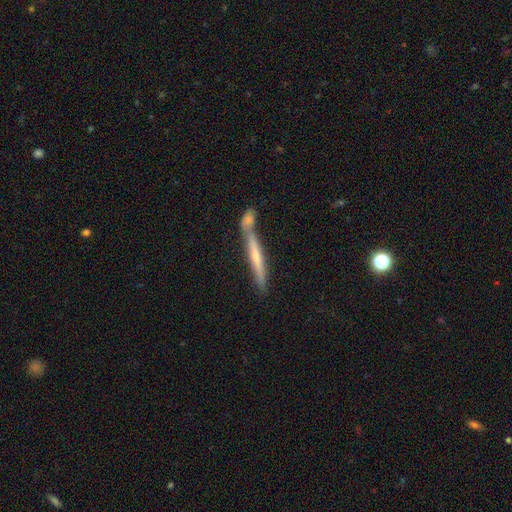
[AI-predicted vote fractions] This is possibly a featured or disk galaxy (59%). It is clearly viewed edge-on (93%). Edge-on bulge: possibly rounded (48%). Merging: possibly none (55%).